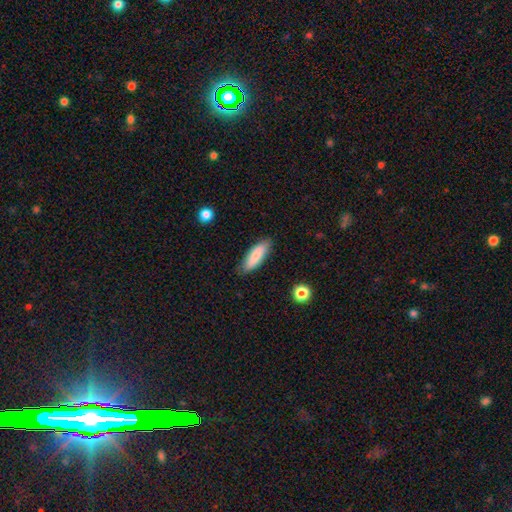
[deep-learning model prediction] This appears to be a smooth galaxy with no disk features (82%) that is in between round and cigar-shaped (54%). Merging: none (85%).